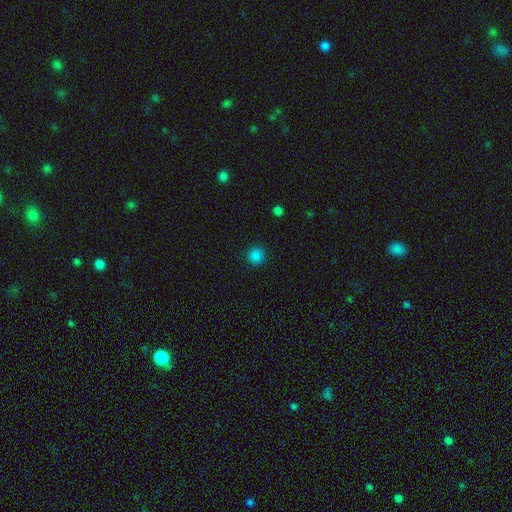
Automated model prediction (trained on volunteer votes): Morphology: type=smooth (84%); roundness=round (95%); merging=none (92%).